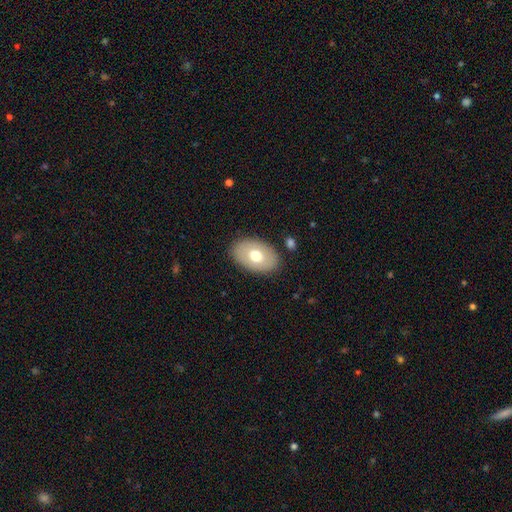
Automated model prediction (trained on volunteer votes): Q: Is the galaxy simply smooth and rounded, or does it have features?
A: smooth — 66%.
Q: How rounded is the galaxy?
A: in between — 88%.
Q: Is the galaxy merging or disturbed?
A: none — 86%.